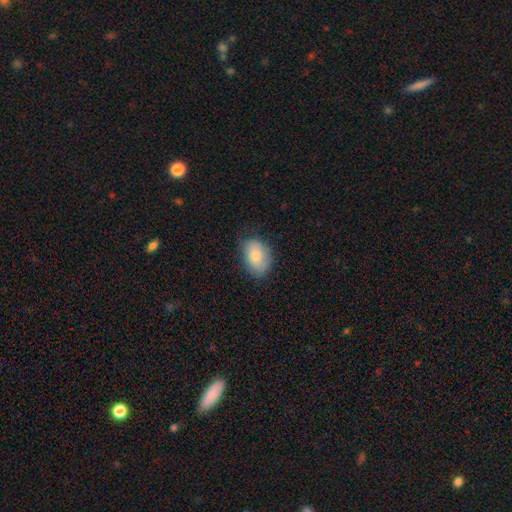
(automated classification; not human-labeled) Overall: smooth (79%). How rounded: in between (82%). Merging: none (72%).